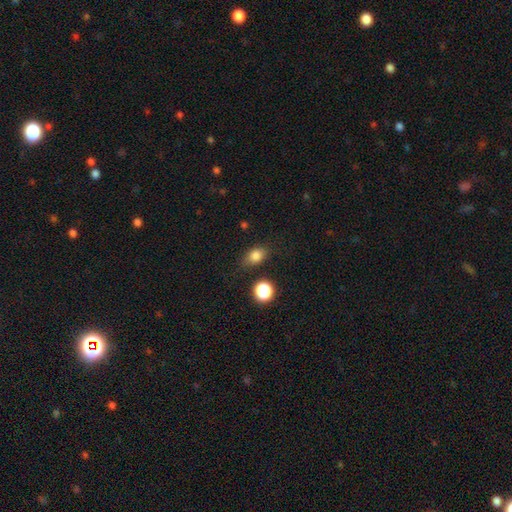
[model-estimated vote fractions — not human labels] The model was most divided on "how rounded": in between: 67%, round: 31%, cigar-shaped: 2%. More confident: smooth or featured — smooth (81%); merging — none (73%).